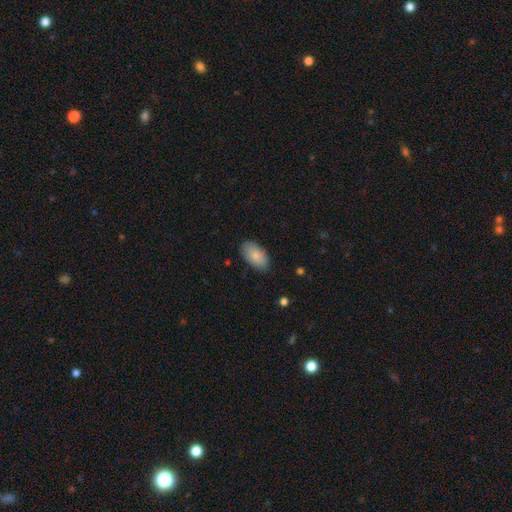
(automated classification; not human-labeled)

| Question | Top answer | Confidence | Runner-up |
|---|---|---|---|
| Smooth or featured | smooth | 83% | featured or disk (11%) |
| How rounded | in between | 95% | round (3%) |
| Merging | none | 85% | minor disturbance (12%) |